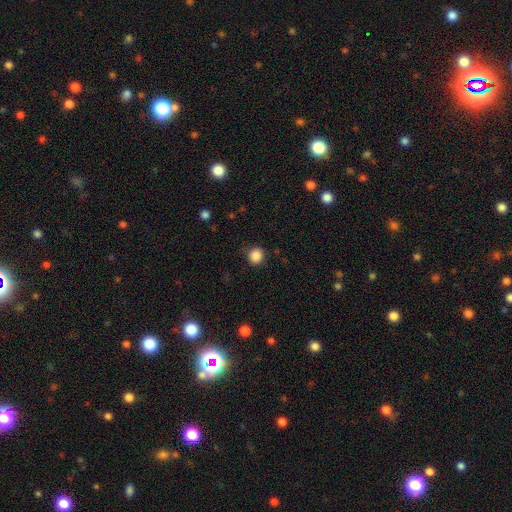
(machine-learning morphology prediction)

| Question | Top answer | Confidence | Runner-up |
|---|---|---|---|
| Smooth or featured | smooth | 87% | star or artifact (10%) |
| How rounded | round | 86% | in between (13%) |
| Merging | none | 86% | minor disturbance (10%) |